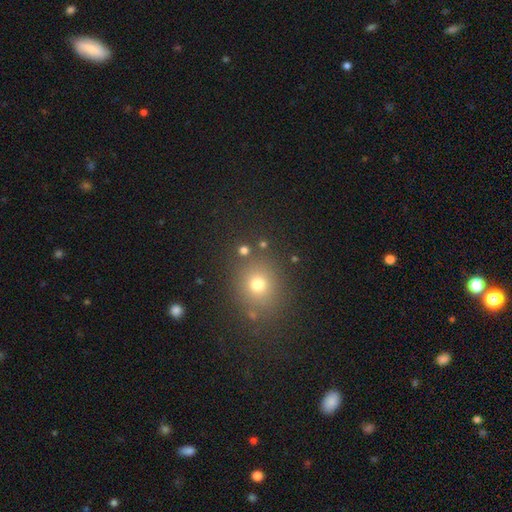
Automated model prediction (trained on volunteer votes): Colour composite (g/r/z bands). It shows a smooth galaxy with no disk features (62%) that is round (72%). Merging: none (81%).